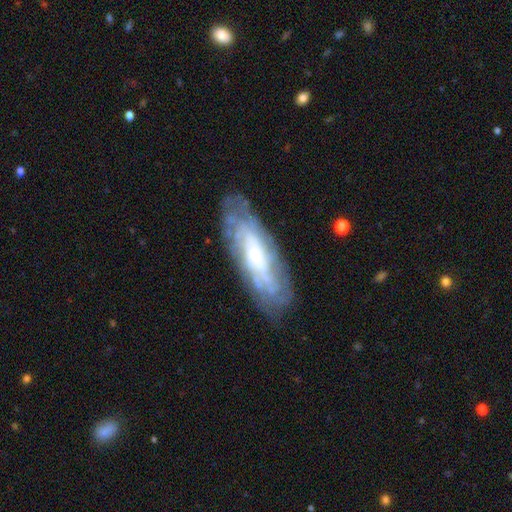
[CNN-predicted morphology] A featured or disk galaxy (69%) with no bar (63%), spiral arms (79%) and a small central bulge (34%). Merging: none (76%).